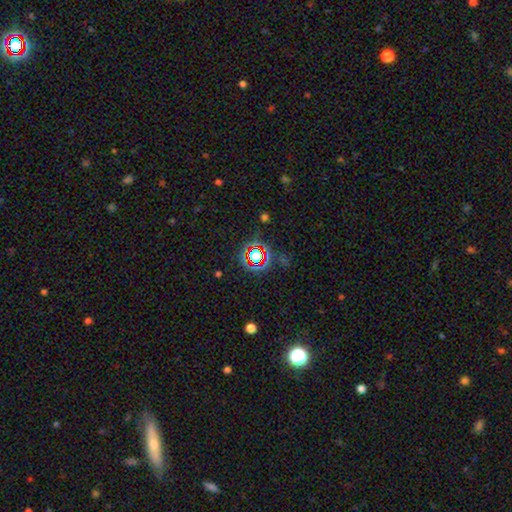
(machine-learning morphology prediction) type=star or artifact (70%).